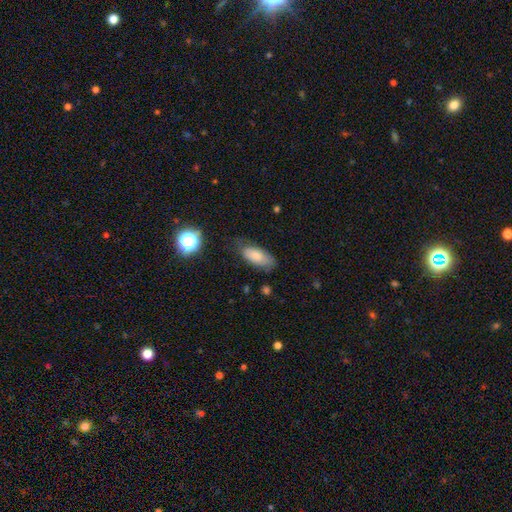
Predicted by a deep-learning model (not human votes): This is likely a smooth galaxy (77%). How rounded: clearly in between (86%). Merging: likely none (62%).